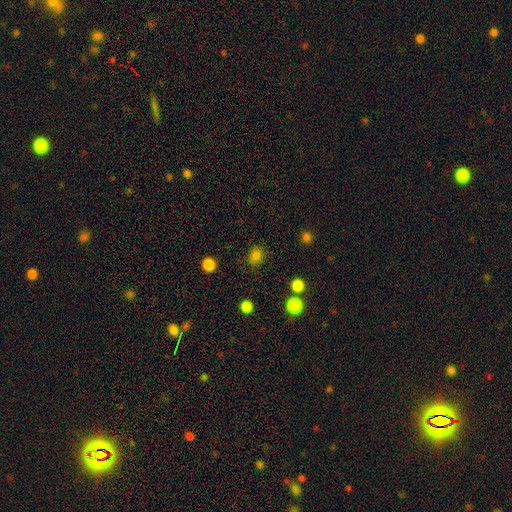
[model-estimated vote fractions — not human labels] smooth_or_featured: smooth (p=0.80) [alt: star or artifact p=0.16]
how_rounded: round (p=0.65) [alt: in between p=0.34]
merging: none (p=0.84) [alt: minor disturbance p=0.10]